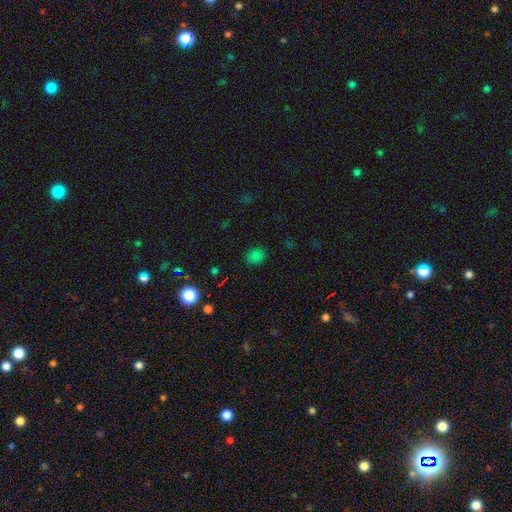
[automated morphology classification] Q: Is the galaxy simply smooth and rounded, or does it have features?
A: smooth — 78%.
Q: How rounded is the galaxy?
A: round — 51%.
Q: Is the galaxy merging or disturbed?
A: none — 85%.